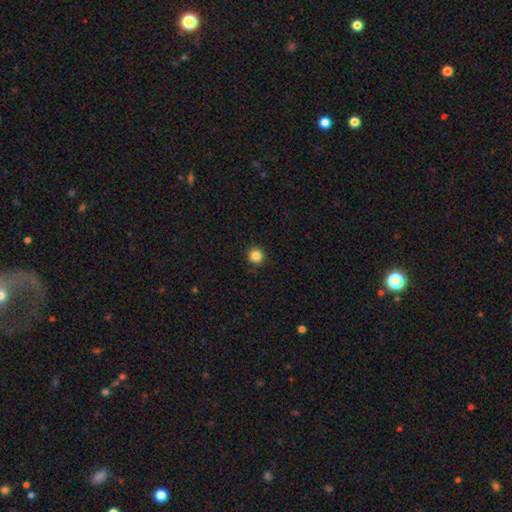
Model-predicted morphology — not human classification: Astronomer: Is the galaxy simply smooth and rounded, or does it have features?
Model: smooth — 85%.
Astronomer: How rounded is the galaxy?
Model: round — 96%.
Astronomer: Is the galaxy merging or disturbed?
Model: none — 91%.